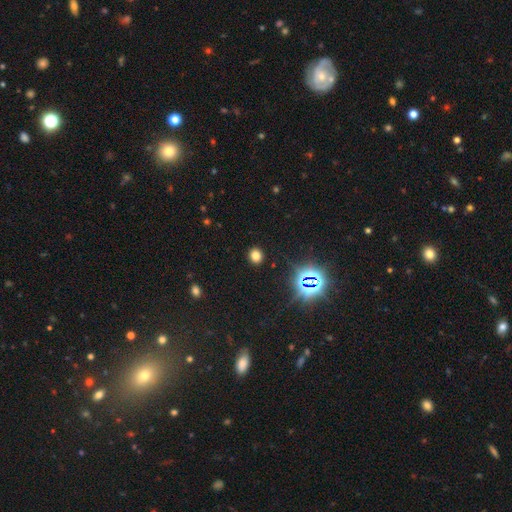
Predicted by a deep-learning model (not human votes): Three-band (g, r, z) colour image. It shows a smooth galaxy with no disk features (70%) that is round (72%). Merging: none (90%).